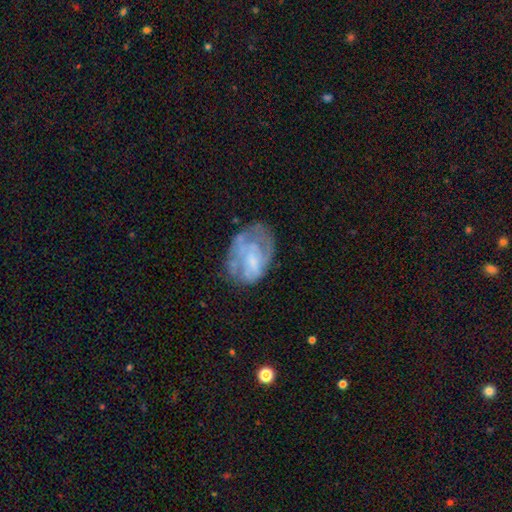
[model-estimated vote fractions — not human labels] The model was most divided on "bulge size": small: 37%, none: 32%, moderate: 26%, large: 4%, dominant: 1%. More confident: edge-on disk — no (97%); bar — no (71%); spiral arms — no (58%); smooth or featured — featured or disk (57%); merging — none (53%).